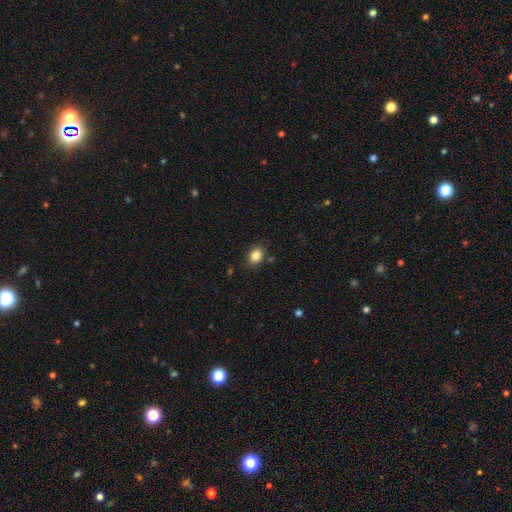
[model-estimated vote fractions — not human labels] The model was most divided on "how rounded": in between: 63%, round: 36%, cigar-shaped: 1%. More confident: smooth or featured — smooth (85%); merging — none (83%).